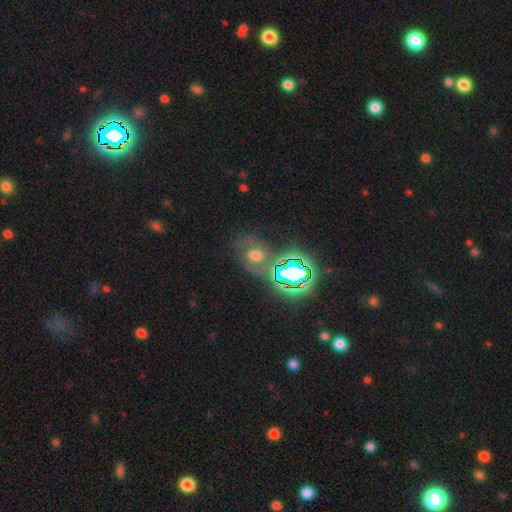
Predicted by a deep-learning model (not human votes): A featured or disk galaxy (45%). Merging: none (63%).